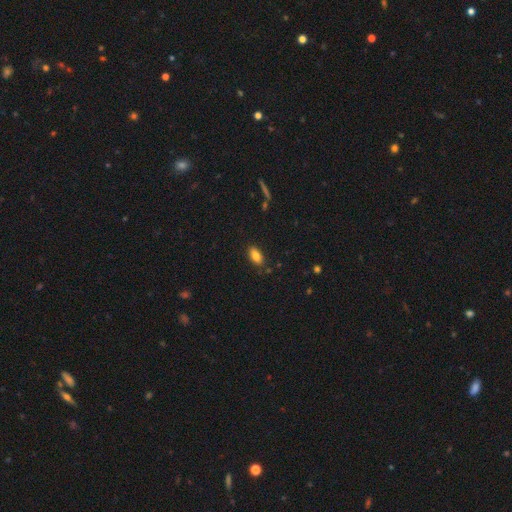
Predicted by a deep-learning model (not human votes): Q: Smooth or featured?
A: smooth (84%); runner-up: star or artifact (9%)
Q: How rounded?
A: in between (90%); runner-up: cigar-shaped (6%)
Q: Merging?
A: none (85%); runner-up: minor disturbance (11%)